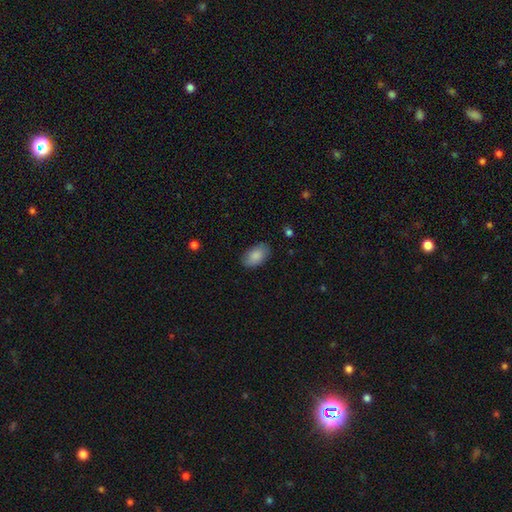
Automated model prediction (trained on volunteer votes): A smooth galaxy with no disk features (87%) that is in between round and cigar-shaped (94%). Merging: none (85%).